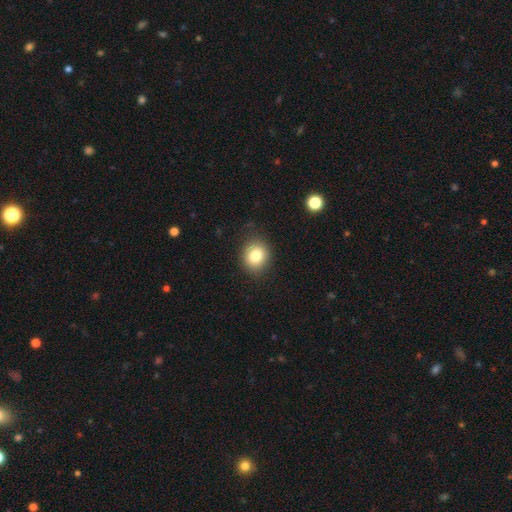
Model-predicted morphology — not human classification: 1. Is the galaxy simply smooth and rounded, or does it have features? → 80% smooth, 10% star or artifact, 9% featured or disk.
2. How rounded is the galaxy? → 72% round, 28% in between, 1% cigar-shaped.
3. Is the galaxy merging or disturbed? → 87% none, 9% minor disturbance, 3% major disturbance, 1% merger.